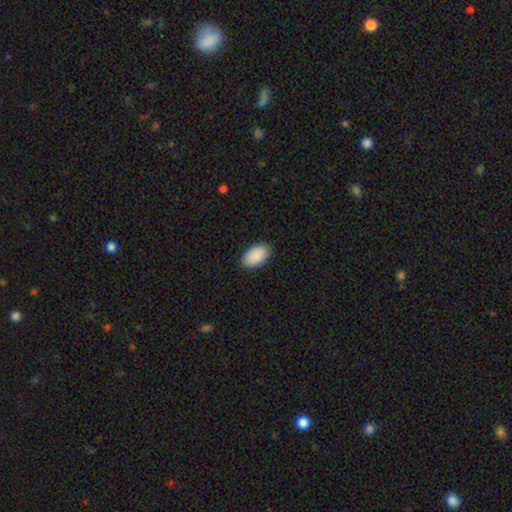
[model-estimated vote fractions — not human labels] Q: Smooth or featured?
A: smooth (91%); runner-up: star or artifact (6%)
Q: How rounded?
A: in between (96%); runner-up: round (3%)
Q: Merging?
A: none (89%); runner-up: minor disturbance (8%)